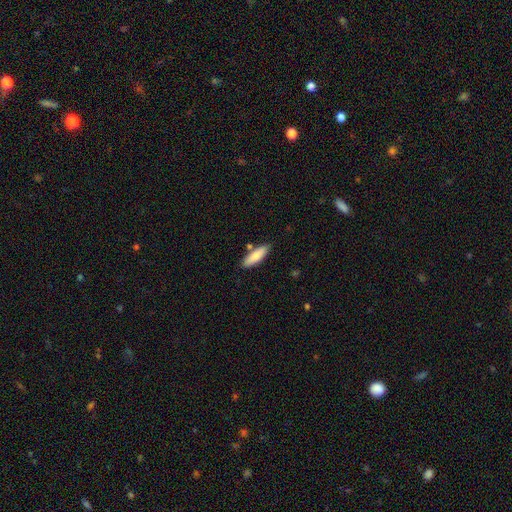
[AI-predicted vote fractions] Q: Smooth or featured?
A: smooth (79%); runner-up: featured or disk (16%)
Q: How rounded?
A: cigar-shaped (50%); runner-up: in between (48%)
Q: Merging?
A: none (81%); runner-up: minor disturbance (11%)